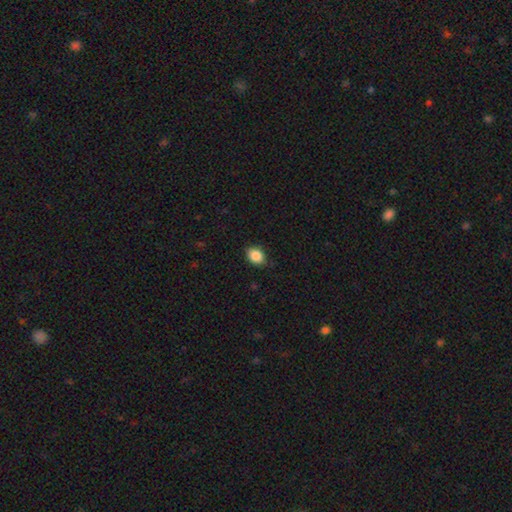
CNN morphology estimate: Smooth or featured: smooth — 88% (star or artifact — 8%)
How rounded: in between — 73% (round — 26%)
Merging: none — 86% (minor disturbance — 11%)